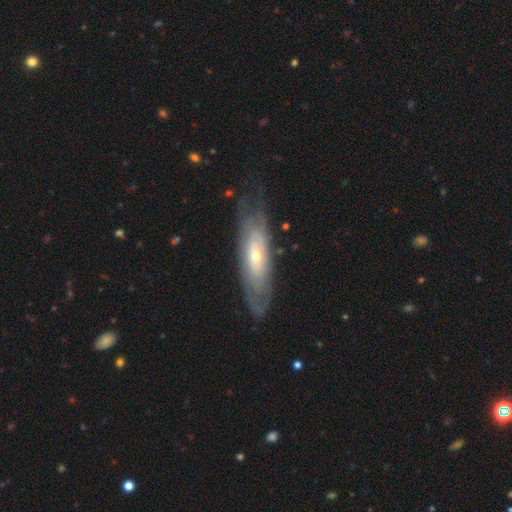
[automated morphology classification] Q: Smooth or featured?
A: featured or disk (66%); runner-up: smooth (28%)
Q: Edge-on disk?
A: no (76%); runner-up: yes (24%)
Q: Bar?
A: no (78%); runner-up: weak (17%)
Q: Spiral arms?
A: yes (61%); runner-up: no (39%)
Q: Bulge size?
A: small (65%); runner-up: moderate (31%)
Q: Merging?
A: none (70%); runner-up: minor disturbance (20%)